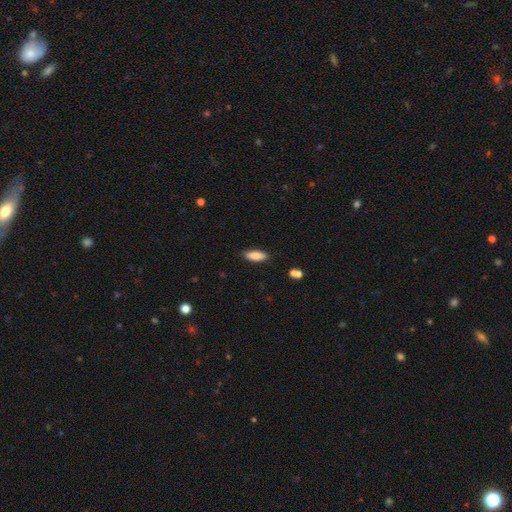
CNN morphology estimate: This is clearly a smooth galaxy (84%). How rounded: likely in between (64%). Merging: clearly none (86%).